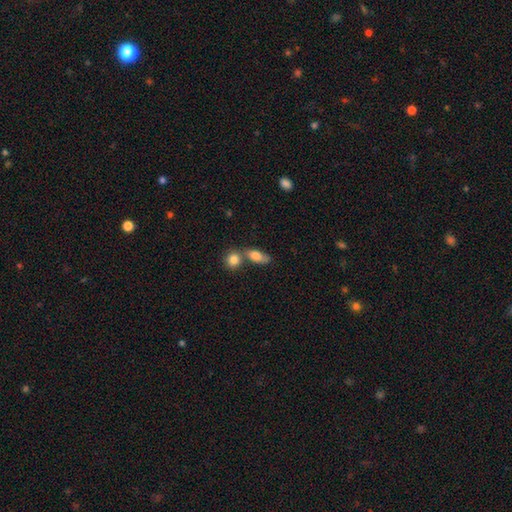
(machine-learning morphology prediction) Smooth or featured? smooth (81%)
How rounded? in between (77%)
Merging? none (42%)